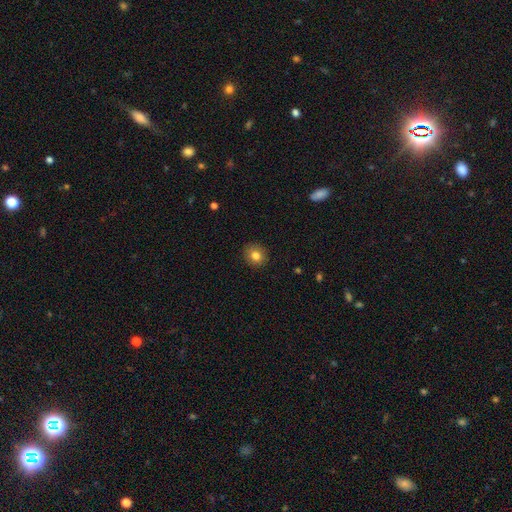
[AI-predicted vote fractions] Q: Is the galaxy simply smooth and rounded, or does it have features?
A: smooth — 81%.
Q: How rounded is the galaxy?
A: round — 80%.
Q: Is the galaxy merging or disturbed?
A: none — 89%.